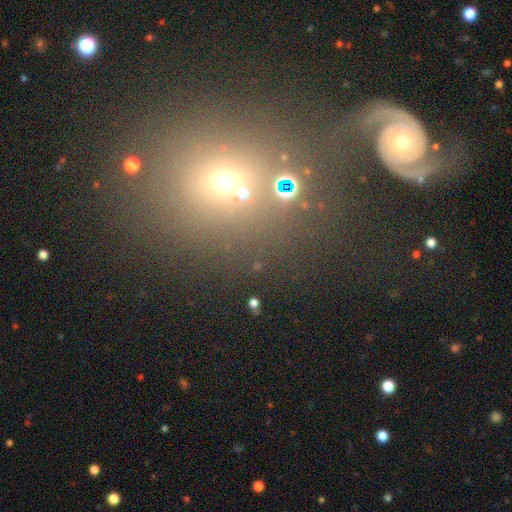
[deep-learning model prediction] smooth 36%, featured or disk 35%, star or artifact 29%. Down the decision tree: merging — none (65%).